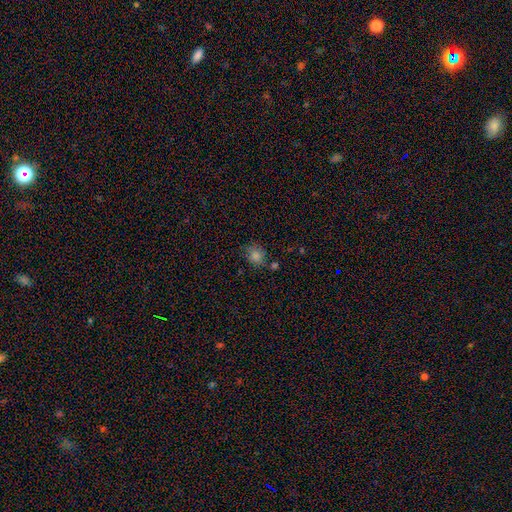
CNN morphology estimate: Smooth or featured: smooth — 77% (star or artifact — 16%)
How rounded: round — 77% (in between — 22%)
Merging: none — 70% (minor disturbance — 18%)